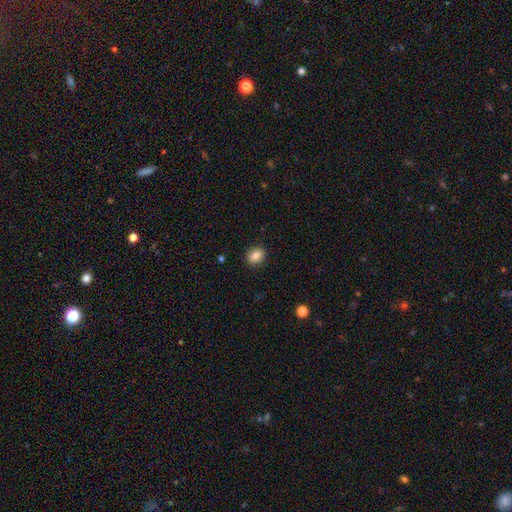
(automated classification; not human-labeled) This is clearly a smooth galaxy (84%). How rounded: possibly in between (50%). Merging: clearly none (90%).